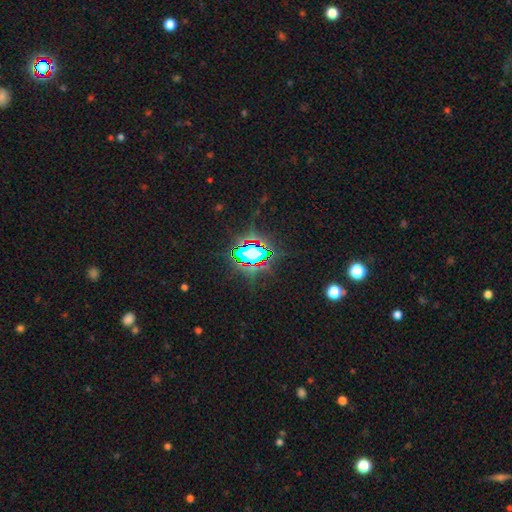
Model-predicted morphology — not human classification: This appears to be a star or artifact, not a galaxy (73%).